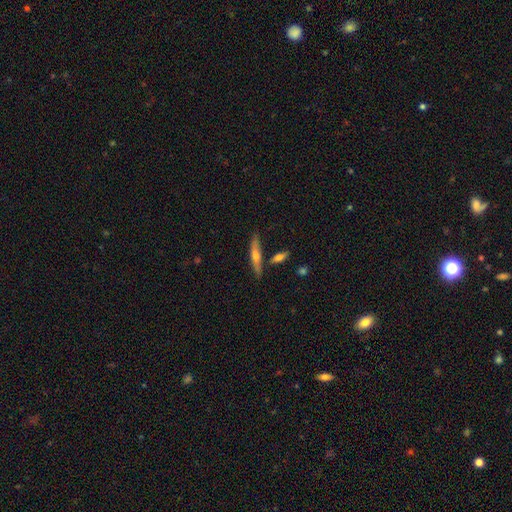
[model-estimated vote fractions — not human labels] smooth_or_featured: featured or disk (p=0.50) [alt: smooth p=0.43]
disk_edge_on: yes (p=0.93) [alt: no p=0.07]
merging: none (p=0.76) [alt: minor disturbance p=0.12]